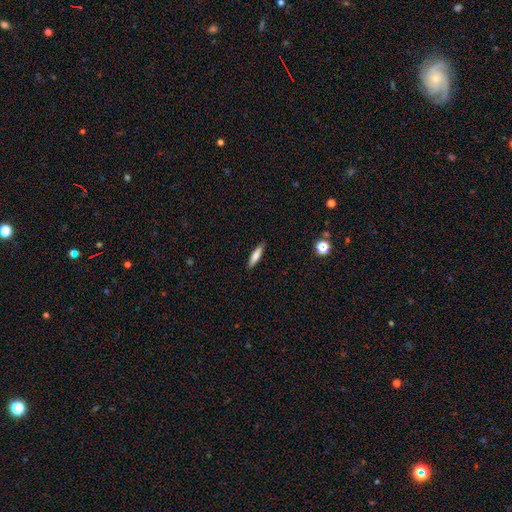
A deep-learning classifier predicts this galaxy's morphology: This is likely a smooth galaxy (72%). How rounded: likely cigar-shaped (75%). Merging: clearly none (89%).